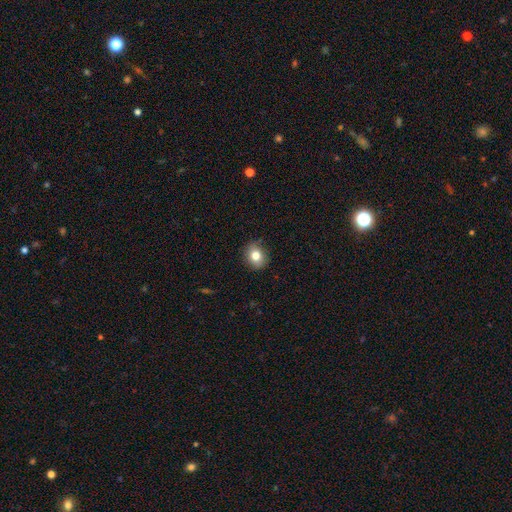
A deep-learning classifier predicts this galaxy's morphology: smooth 79%, featured or disk 11%, star or artifact 10%. Down the decision tree: how rounded — round (70%); merging — none (84%).